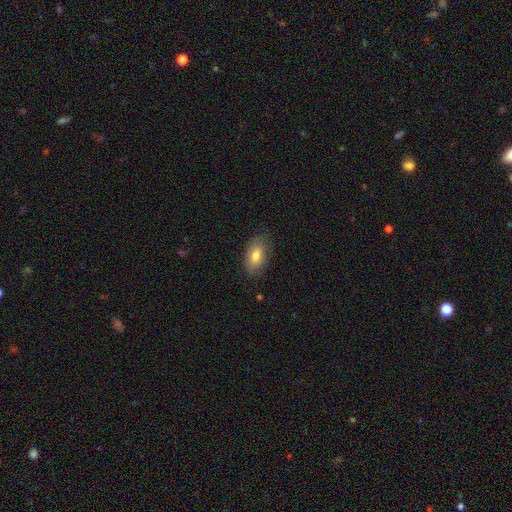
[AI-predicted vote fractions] A smooth galaxy with no disk features (79%) that is in between round and cigar-shaped (91%).

Vote fractions:
- Smooth or featured? smooth: 79% / featured or disk: 14% / star or artifact: 8%
- How rounded? in between: 91% / round: 5% / cigar-shaped: 4%
- Merging? none: 82% / minor disturbance: 14% / major disturbance: 3% / merger: 1%